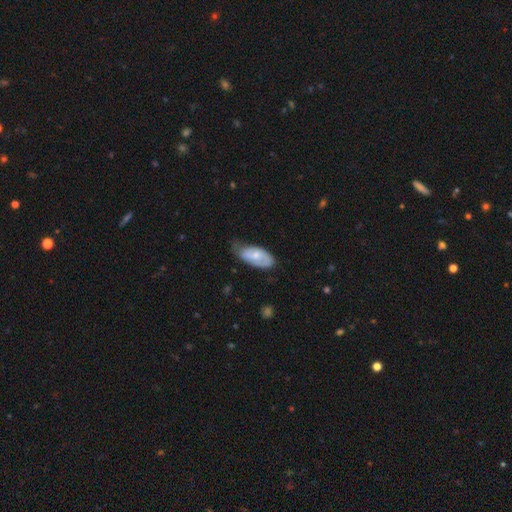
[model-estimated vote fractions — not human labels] Smooth or featured? Predicted: smooth (p=0.59). How rounded? Predicted: in between (p=0.91). Merging? Predicted: none (p=0.43).